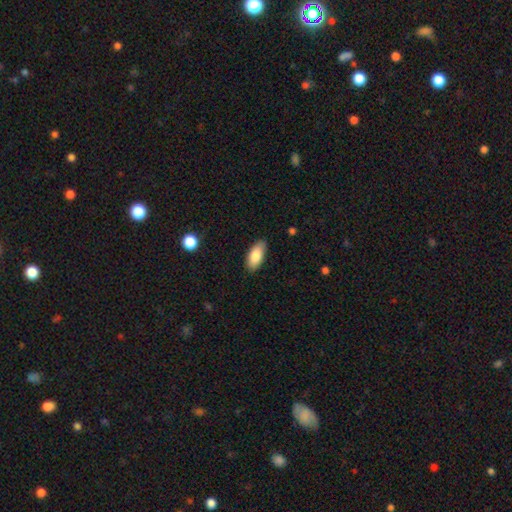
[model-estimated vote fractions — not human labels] smooth_or_featured: smooth (p=0.84) [alt: featured or disk p=0.10]
how_rounded: in between (p=0.87) [alt: cigar-shaped p=0.11]
merging: none (p=0.85) [alt: minor disturbance p=0.11]